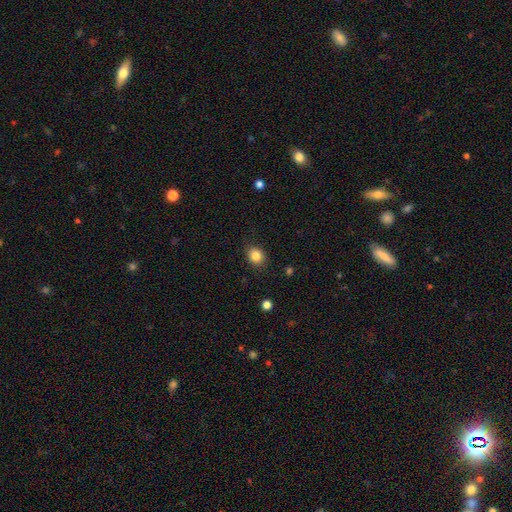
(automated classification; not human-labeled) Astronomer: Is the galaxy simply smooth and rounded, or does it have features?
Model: smooth — 84%.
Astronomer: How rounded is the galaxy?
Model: round — 63%.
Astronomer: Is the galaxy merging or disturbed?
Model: none — 87%.